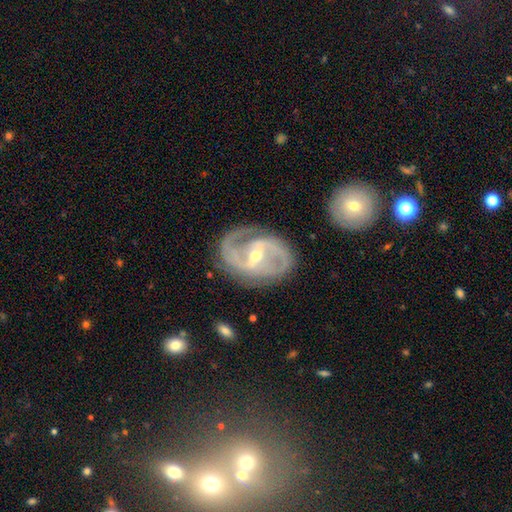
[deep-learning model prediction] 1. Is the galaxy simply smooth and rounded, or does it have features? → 91% featured or disk, 5% star or artifact, 4% smooth.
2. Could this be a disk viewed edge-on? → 97% no, 3% yes.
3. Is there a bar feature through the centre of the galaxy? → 51% strong, 37% weak, 11% no.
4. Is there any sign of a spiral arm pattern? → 97% yes, 3% no.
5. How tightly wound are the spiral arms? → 54% medium, 30% tight, 16% loose.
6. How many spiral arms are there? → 83% 2, 7% 3, 4% can't tell, 2% 1, 2% 4, 2% more than 4.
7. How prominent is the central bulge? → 50% small, 47% moderate, 1% large, 1% none, 1% dominant.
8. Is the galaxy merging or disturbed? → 76% none, 15% minor disturbance, 7% major disturbance, 2% merger.